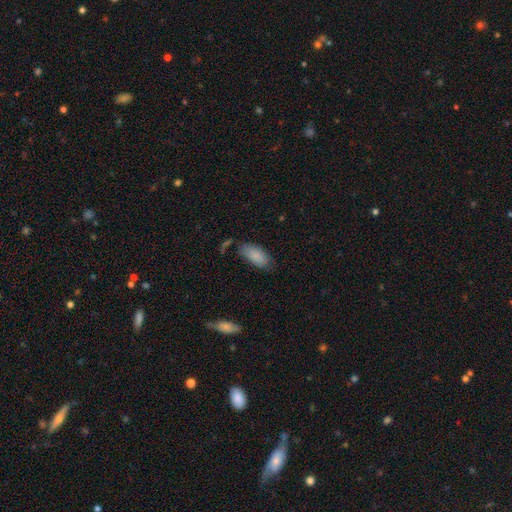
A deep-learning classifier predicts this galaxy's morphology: smooth_or_featured: smooth (p=0.86) [alt: featured or disk p=0.07]
how_rounded: in between (p=0.90) [alt: cigar-shaped p=0.08]
merging: none (p=0.70) [alt: minor disturbance p=0.21]